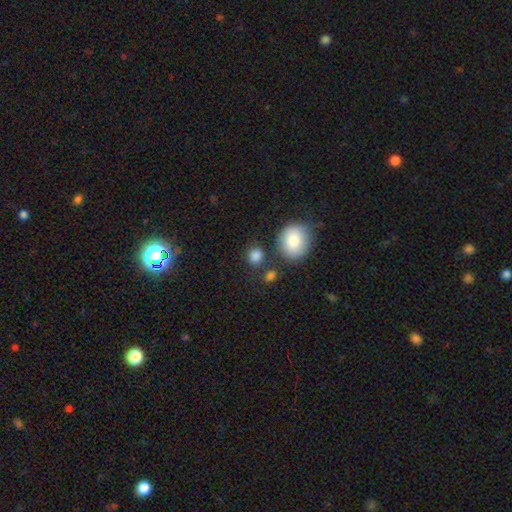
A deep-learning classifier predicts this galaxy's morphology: Smooth or featured?
  - smooth: 86% *
  - star or artifact: 9%
  - featured or disk: 5%
How rounded?
  - round: 64% *
  - in between: 34%
  - cigar-shaped: 2%
Merging?
  - none: 70% *
  - minor disturbance: 14%
  - merger: 10%
  - major disturbance: 5%